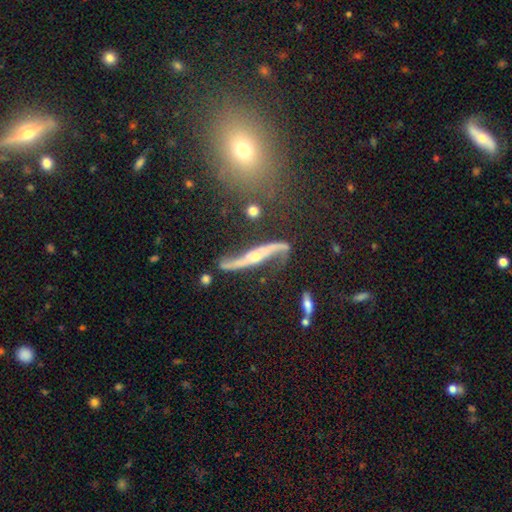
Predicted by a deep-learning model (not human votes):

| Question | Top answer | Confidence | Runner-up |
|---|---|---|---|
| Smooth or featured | featured or disk | 86% | smooth (7%) |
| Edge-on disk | no | 66% | yes (34%) |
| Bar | no | 46% | weak (27%) |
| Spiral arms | yes | 95% | no (5%) |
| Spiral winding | loose | 88% | medium (8%) |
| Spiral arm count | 2 | 93% | 1 (2%) |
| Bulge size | small | 51% | moderate (38%) |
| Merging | none | 66% | minor disturbance (18%) |